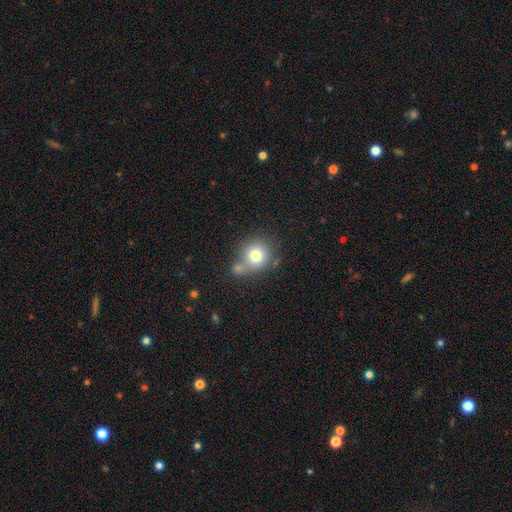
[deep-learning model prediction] Smooth or featured? Predicted: smooth (p=0.75). How rounded? Predicted: round (p=0.85). Merging? Predicted: none (p=0.53).